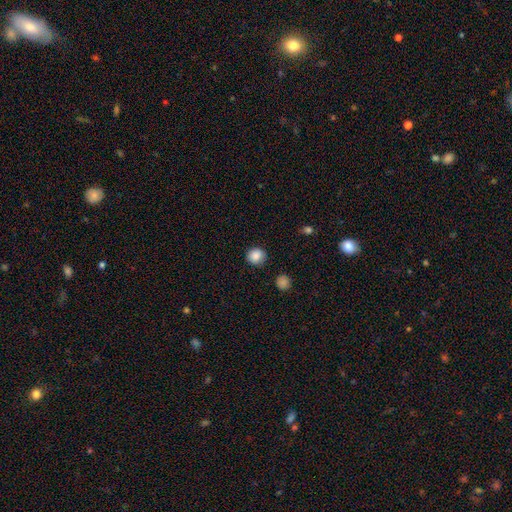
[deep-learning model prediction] A smooth galaxy with no disk features (86%) that is round (87%). Merging: none (85%).